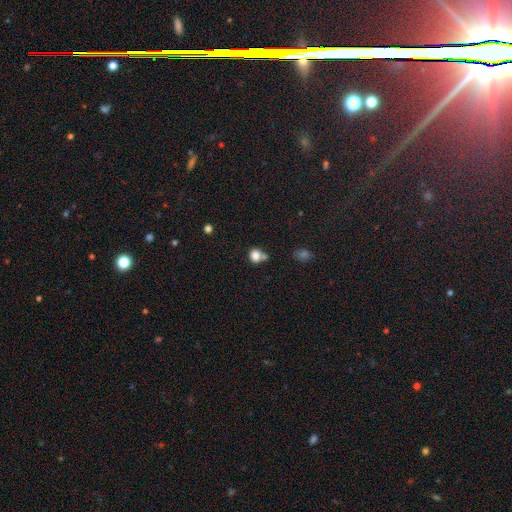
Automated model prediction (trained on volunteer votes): Smooth or featured? smooth (81%)
How rounded? round (72%)
Merging? none (51%)